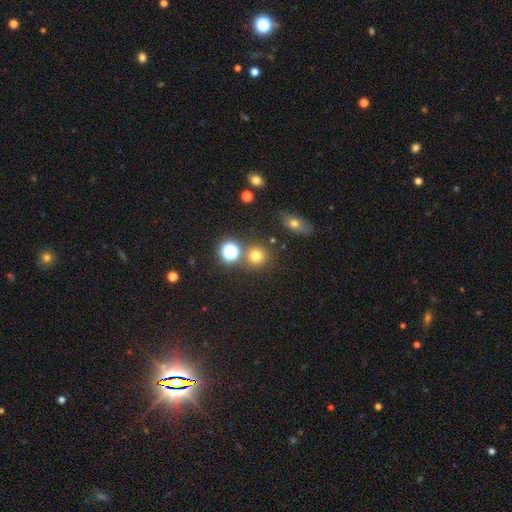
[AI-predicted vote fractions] The model was most divided on "smooth or featured": smooth: 72%, star or artifact: 21%, featured or disk: 7%. More confident: how rounded — round (91%); merging — none (79%).